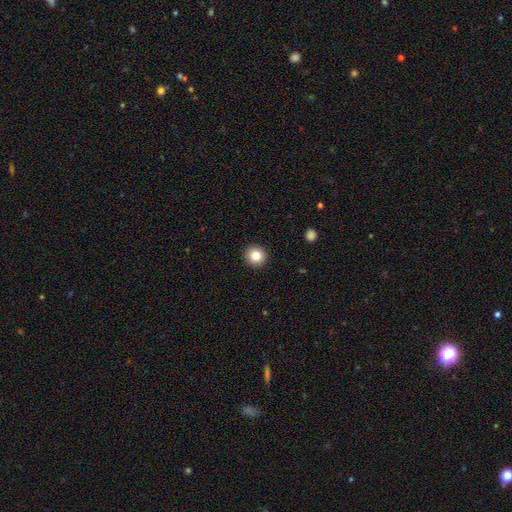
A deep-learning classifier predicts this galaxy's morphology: smooth-or-featured: smooth: 82% | star or artifact: 10% | featured or disk: 7%
  how-rounded: round: 92% | in between: 7% | cigar-shaped: 1%
  merging: none: 93% | minor disturbance: 5% | major disturbance: 2% | merger: 1%